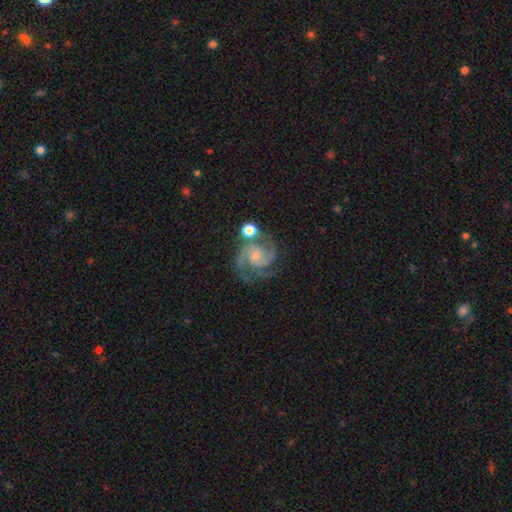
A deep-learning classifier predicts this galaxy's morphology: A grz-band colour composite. It shows a featured or disk galaxy (91%) with no bar (62%), 2 (77%) medium (53%) spiral arms (98%) and a small central bulge (61%). Merging: none (63%).